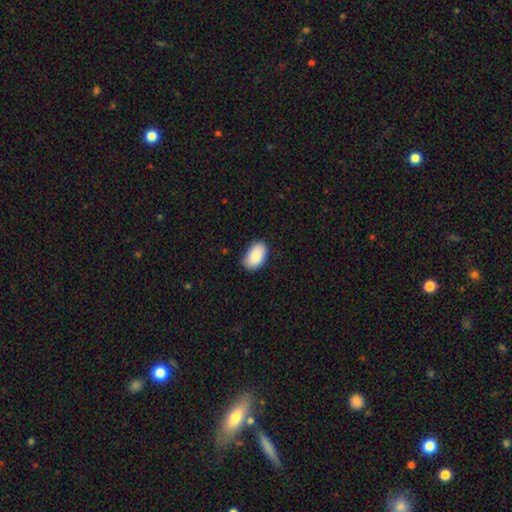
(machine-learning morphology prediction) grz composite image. It shows a smooth galaxy with no disk features (89%) that is in between round and cigar-shaped (93%). Merging: none (80%).